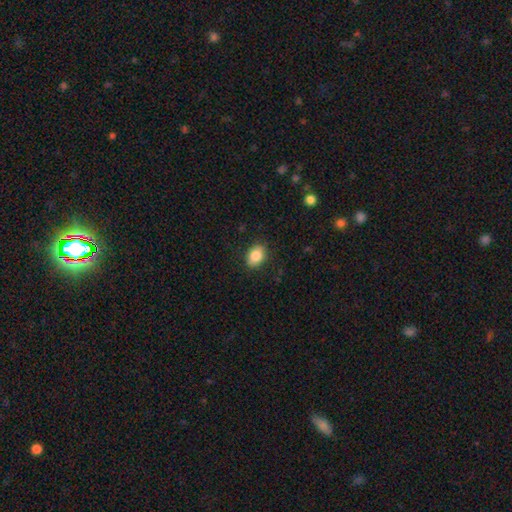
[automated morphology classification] This appears to be a smooth galaxy with no disk features (85%) that is in between round and cigar-shaped (75%). Merging: none (86%).